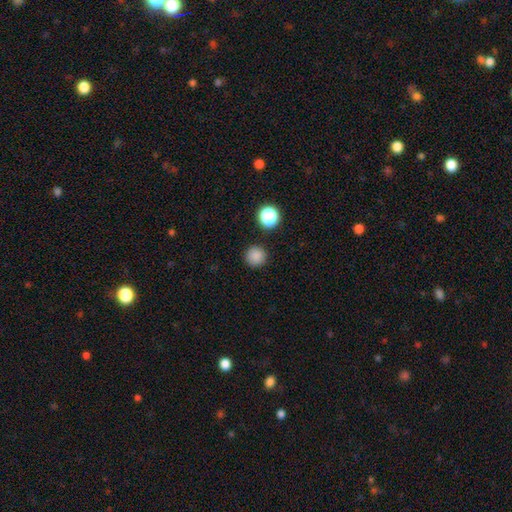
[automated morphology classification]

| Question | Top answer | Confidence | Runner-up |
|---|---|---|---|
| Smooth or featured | smooth | 84% | star or artifact (12%) |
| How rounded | round | 96% | in between (3%) |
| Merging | none | 90% | minor disturbance (6%) |